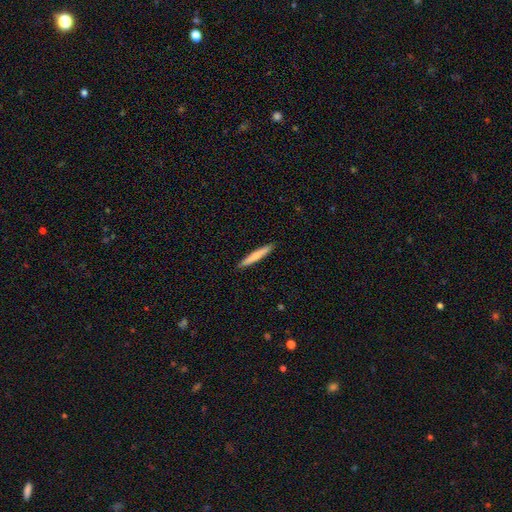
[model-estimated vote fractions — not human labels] Overall: smooth (74%). How rounded: cigar-shaped (95%). Merging: none (92%).